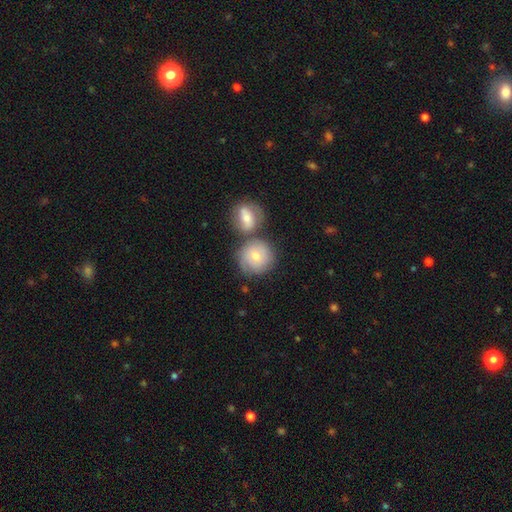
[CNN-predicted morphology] smooth_or_featured: smooth (p=0.64) [alt: featured or disk p=0.29]
how_rounded: round (p=0.88) [alt: in between p=0.11]
merging: none (p=0.48) [alt: merger p=0.35]